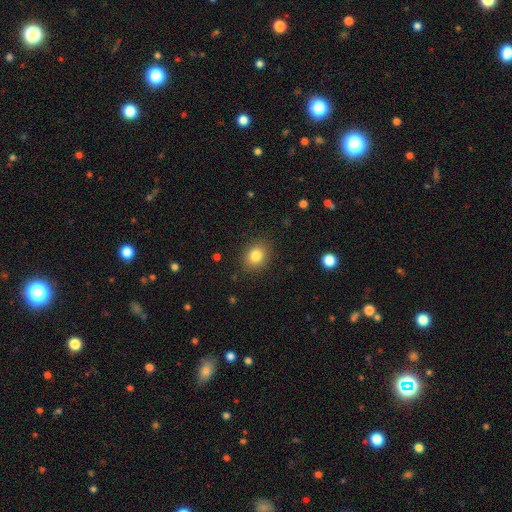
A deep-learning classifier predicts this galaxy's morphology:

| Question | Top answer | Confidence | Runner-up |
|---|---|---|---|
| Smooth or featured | smooth | 83% | star or artifact (10%) |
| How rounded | round | 53% | in between (46%) |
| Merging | none | 86% | minor disturbance (10%) |